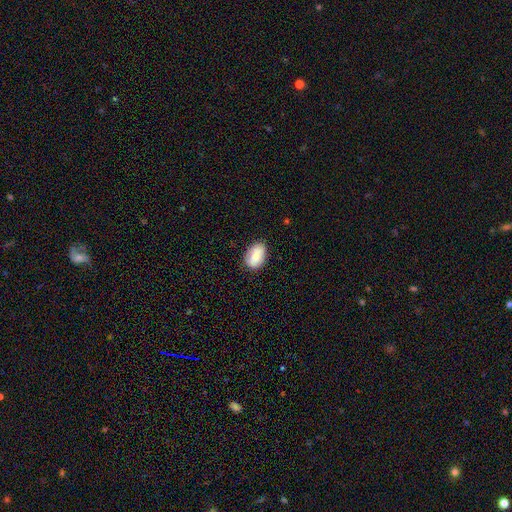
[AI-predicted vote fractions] Smooth or featured: smooth — 76% (featured or disk — 16%)
How rounded: in between — 86% (round — 13%)
Merging: none — 83% (minor disturbance — 14%)